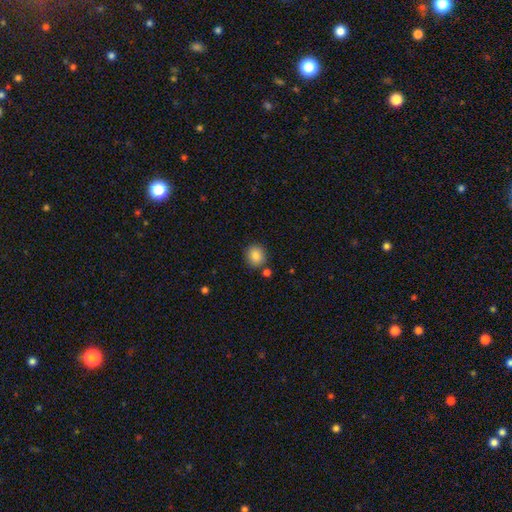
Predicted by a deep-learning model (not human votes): A smooth galaxy with no disk features (86%) that is round (85%). Merging: none (83%).